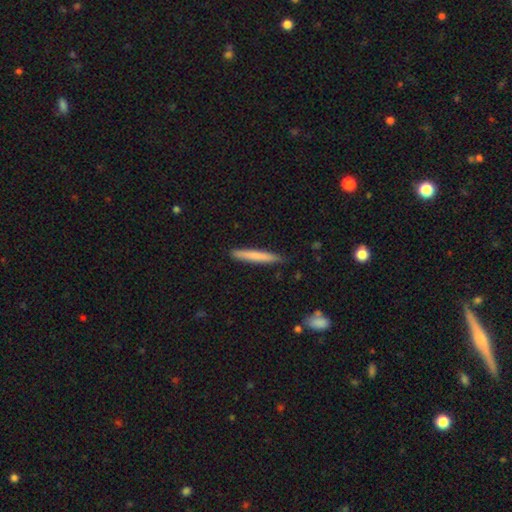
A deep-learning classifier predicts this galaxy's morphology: Q: Smooth or featured?
A: smooth (72%); runner-up: featured or disk (22%)
Q: How rounded?
A: cigar-shaped (95%); runner-up: in between (3%)
Q: Merging?
A: none (88%); runner-up: minor disturbance (9%)